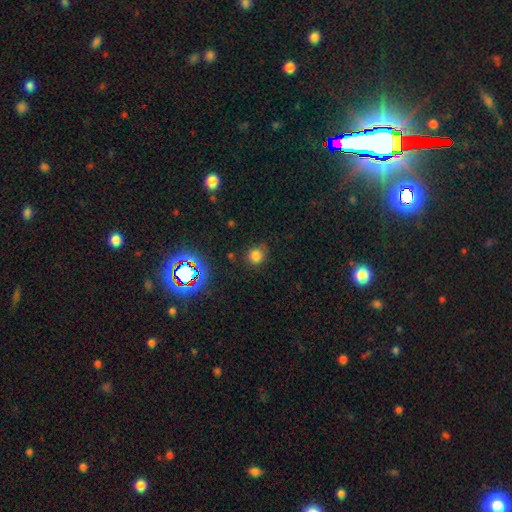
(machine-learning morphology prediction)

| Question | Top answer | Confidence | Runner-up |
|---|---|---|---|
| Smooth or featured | smooth | 76% | star or artifact (19%) |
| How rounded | round | 89% | in between (10%) |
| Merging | none | 83% | minor disturbance (12%) |